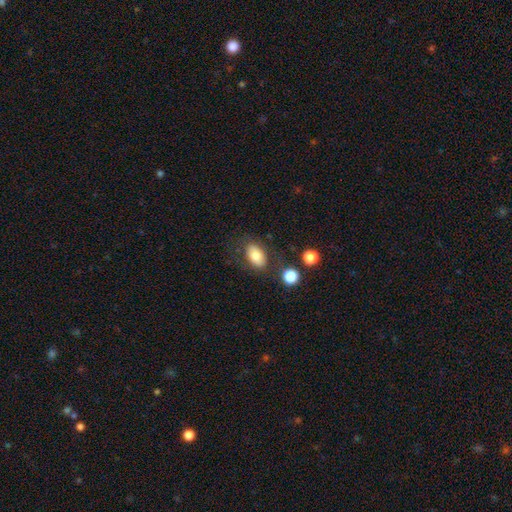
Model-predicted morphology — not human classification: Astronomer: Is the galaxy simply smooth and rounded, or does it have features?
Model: smooth — 77%.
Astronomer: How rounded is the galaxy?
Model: in between — 89%.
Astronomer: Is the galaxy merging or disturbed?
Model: none — 76%.